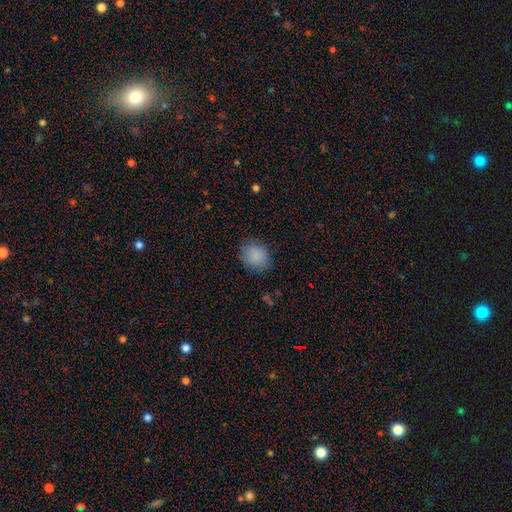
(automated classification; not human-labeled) Q: Smooth or featured?
A: smooth (86%); runner-up: star or artifact (9%)
Q: How rounded?
A: round (57%); runner-up: in between (42%)
Q: Merging?
A: none (80%); runner-up: minor disturbance (15%)